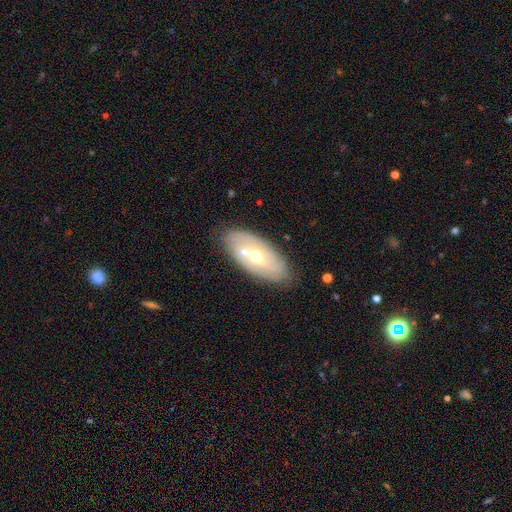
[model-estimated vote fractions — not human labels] This appears to be a featured or disk galaxy (50%). Merging: none (70%).